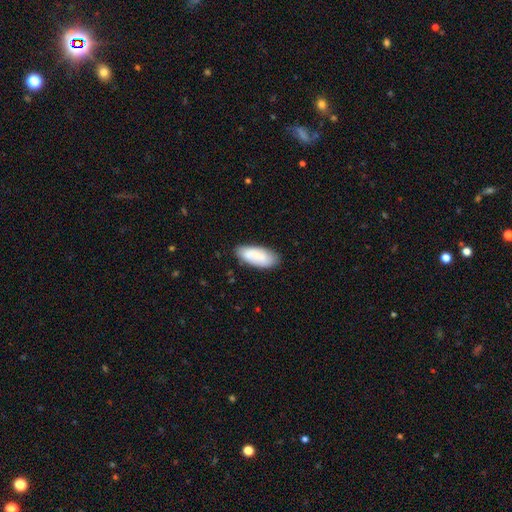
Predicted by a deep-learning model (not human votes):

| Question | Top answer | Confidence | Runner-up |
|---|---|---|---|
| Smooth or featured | smooth | 77% | featured or disk (17%) |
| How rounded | in between | 89% | cigar-shaped (9%) |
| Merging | none | 79% | minor disturbance (16%) |